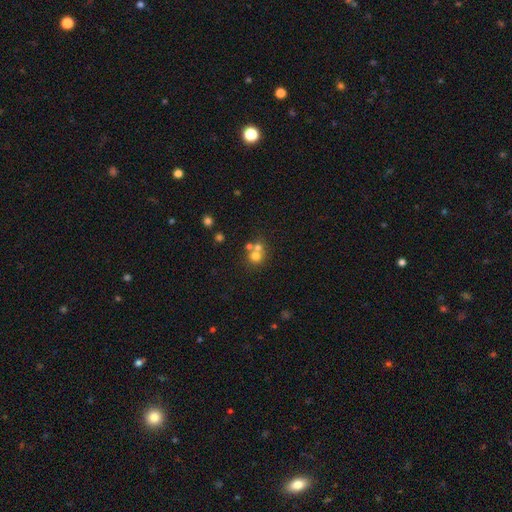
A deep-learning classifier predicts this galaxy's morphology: Q: Smooth or featured?
A: smooth (65%); runner-up: featured or disk (18%)
Q: How rounded?
A: round (86%); runner-up: in between (13%)
Q: Merging?
A: merger (48%); runner-up: none (43%)